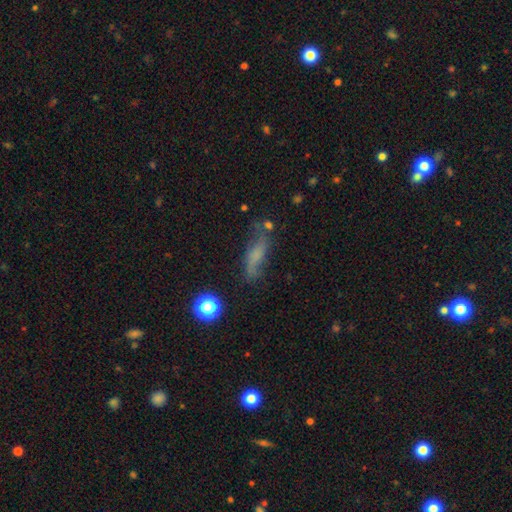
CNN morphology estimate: Smooth or featured: smooth — 53% (featured or disk — 31%)
How rounded: cigar-shaped — 51% (in between — 43%)
Merging: none — 56% (minor disturbance — 25%)